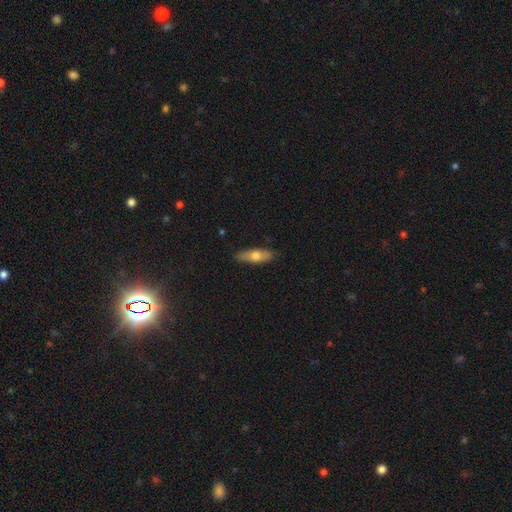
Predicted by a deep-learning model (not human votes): smooth 59%, featured or disk 35%, star or artifact 6%. Down the decision tree: how rounded — in between (53%); merging — none (84%).